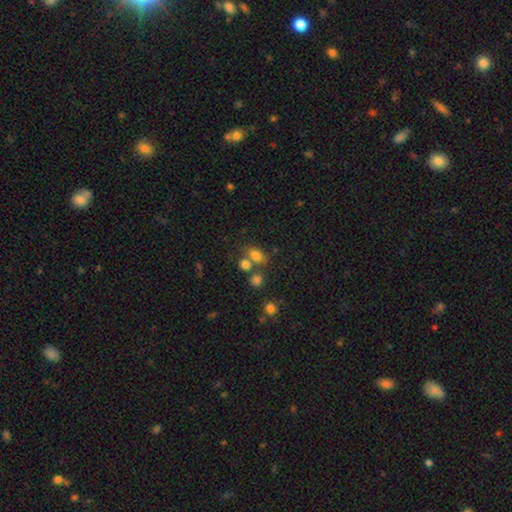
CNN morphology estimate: smooth 75%, star or artifact 15%, featured or disk 11%. Down the decision tree: how rounded — in between (72%); merging — none (55%).